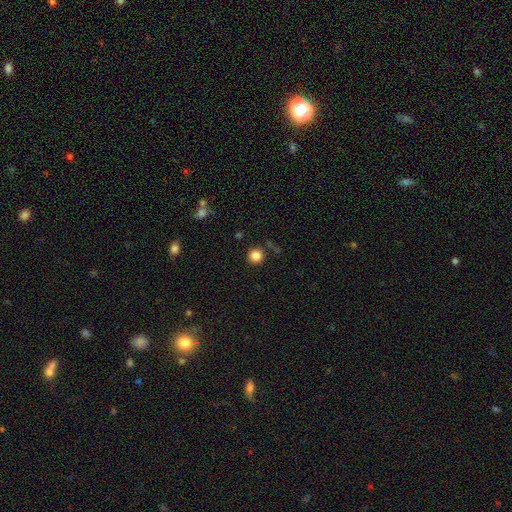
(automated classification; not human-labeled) Smooth or featured? Predicted: smooth (p=0.84). How rounded? Predicted: round (p=0.95). Merging? Predicted: none (p=0.87).